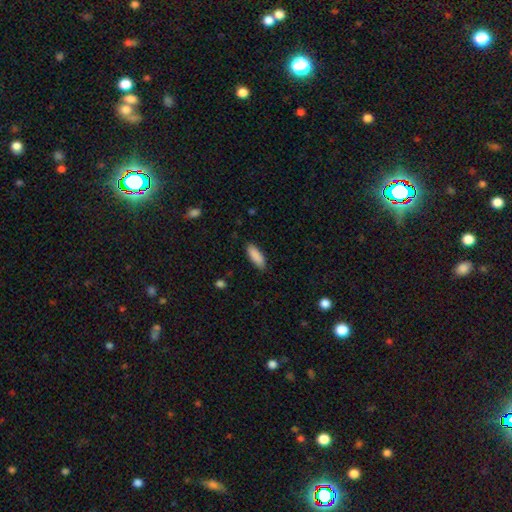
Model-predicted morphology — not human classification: Smooth or featured: smooth — 90% (star or artifact — 6%)
How rounded: in between — 61% (cigar-shaped — 37%)
Merging: none — 87% (minor disturbance — 10%)